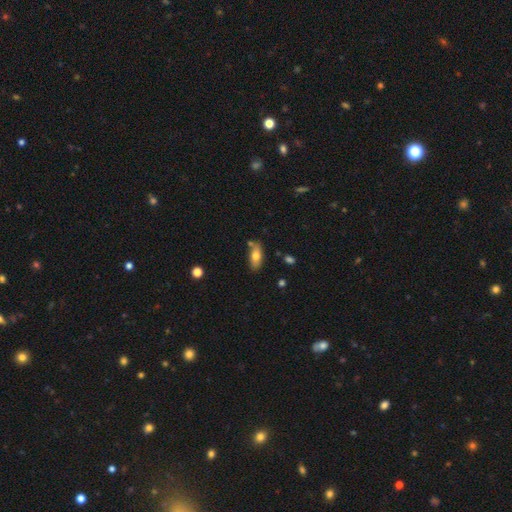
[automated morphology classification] smooth-or-featured: smooth: 71% | featured or disk: 21% | star or artifact: 8%
  how-rounded: in between: 84% | cigar-shaped: 13% | round: 3%
  merging: none: 69% | minor disturbance: 18% | merger: 10% | major disturbance: 4%